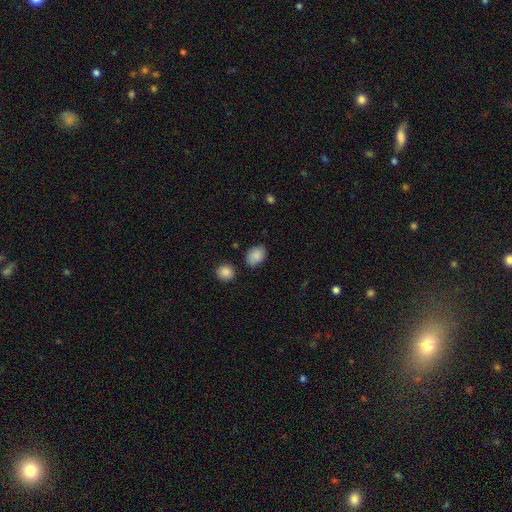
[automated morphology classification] Smooth or featured?
  - smooth: 86% *
  - star or artifact: 8%
  - featured or disk: 6%
How rounded?
  - in between: 73% *
  - round: 26%
  - cigar-shaped: 1%
Merging?
  - none: 72% *
  - minor disturbance: 20%
  - merger: 4%
  - major disturbance: 4%